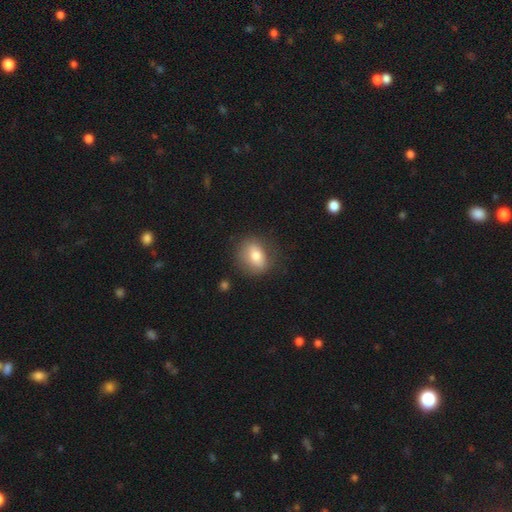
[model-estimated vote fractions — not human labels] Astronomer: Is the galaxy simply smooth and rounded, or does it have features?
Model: smooth — 73%.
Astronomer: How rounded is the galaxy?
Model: in between — 53% (runner-up: round, 45%).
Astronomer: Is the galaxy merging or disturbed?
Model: none — 77%.